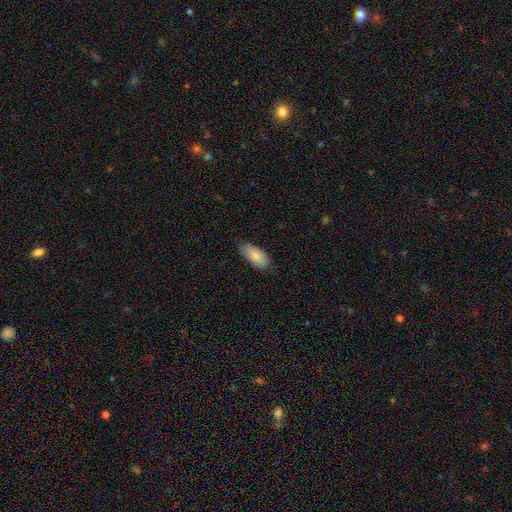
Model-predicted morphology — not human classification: A smooth galaxy with no disk features (84%) that is in between round and cigar-shaped (91%).

Vote fractions:
- Smooth or featured? smooth: 84% / featured or disk: 9% / star or artifact: 6%
- How rounded? in between: 91% / cigar-shaped: 7% / round: 2%
- Merging? none: 66% / minor disturbance: 29% / major disturbance: 4% / merger: 1%